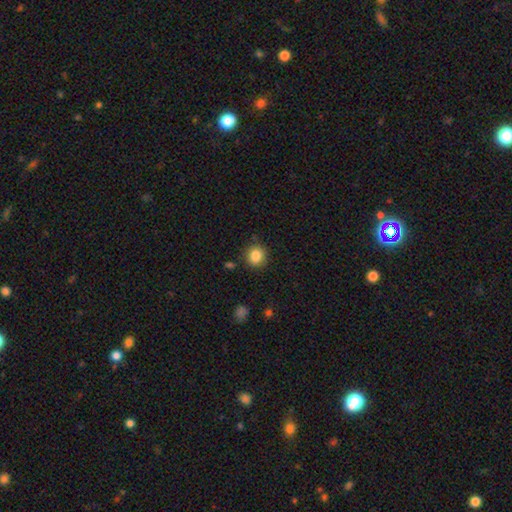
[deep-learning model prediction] The model was most divided on "how rounded": round: 86%, in between: 13%, cigar-shaped: 1%. More confident: merging — none (86%); smooth or featured — smooth (85%).